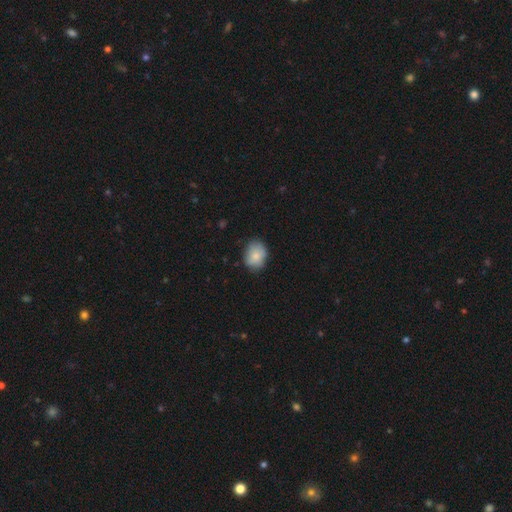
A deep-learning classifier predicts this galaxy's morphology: A smooth galaxy with no disk features (82%) that is in between round and cigar-shaped (59%). Merging: none (74%).